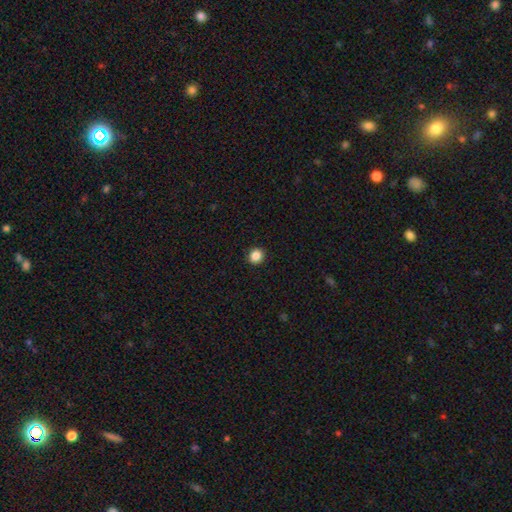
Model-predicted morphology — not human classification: Q: Smooth or featured?
A: smooth (87%); runner-up: star or artifact (10%)
Q: How rounded?
A: round (86%); runner-up: in between (13%)
Q: Merging?
A: none (93%); runner-up: minor disturbance (5%)